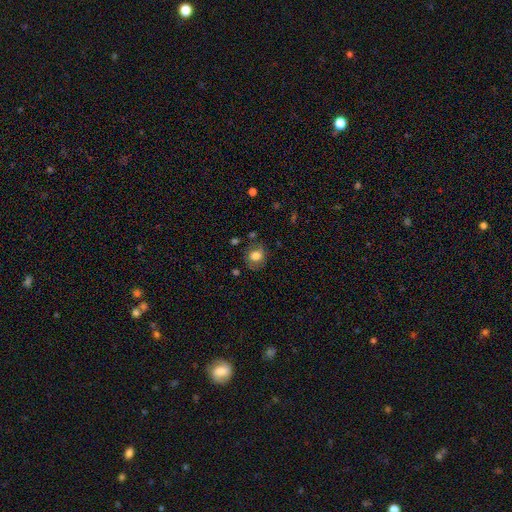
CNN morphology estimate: Q: Smooth or featured?
A: smooth (72%); runner-up: featured or disk (19%)
Q: How rounded?
A: round (66%); runner-up: in between (33%)
Q: Merging?
A: none (68%); runner-up: minor disturbance (21%)